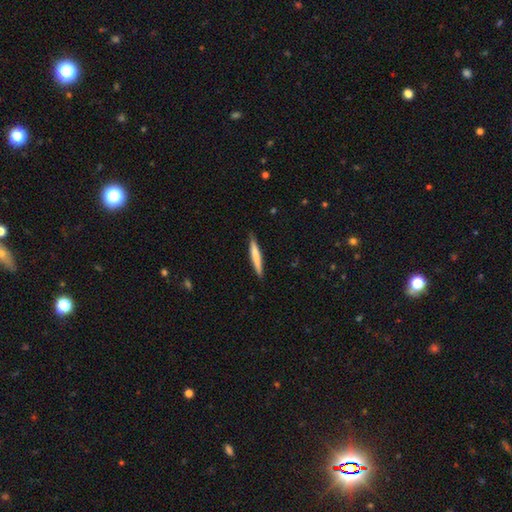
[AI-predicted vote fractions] Morphology: type=smooth (69%); roundness=cigar-shaped (95%); merging=none (87%).